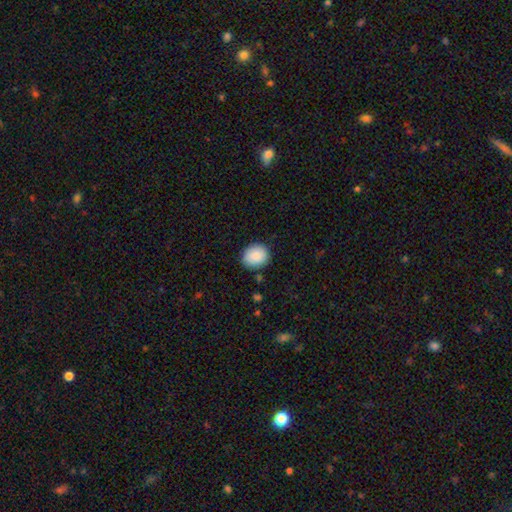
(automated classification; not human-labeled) The model was most divided on "how rounded": round: 65%, in between: 34%, cigar-shaped: 1%. More confident: smooth or featured — smooth (87%); merging — none (86%).